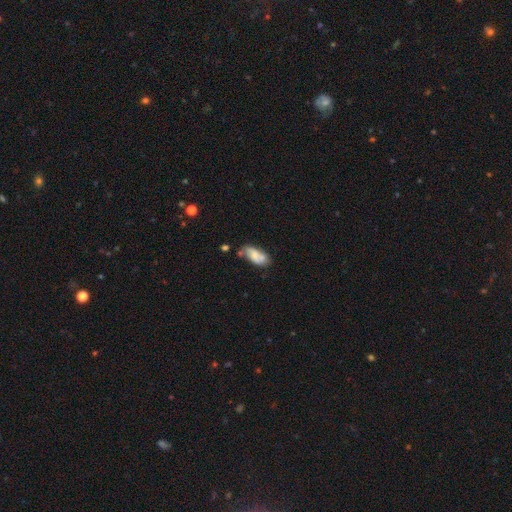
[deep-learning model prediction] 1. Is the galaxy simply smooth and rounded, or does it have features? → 63% smooth, 30% featured or disk, 7% star or artifact.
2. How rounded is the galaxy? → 86% in between, 11% cigar-shaped, 3% round.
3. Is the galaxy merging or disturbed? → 55% none, 27% minor disturbance, 12% merger, 7% major disturbance.